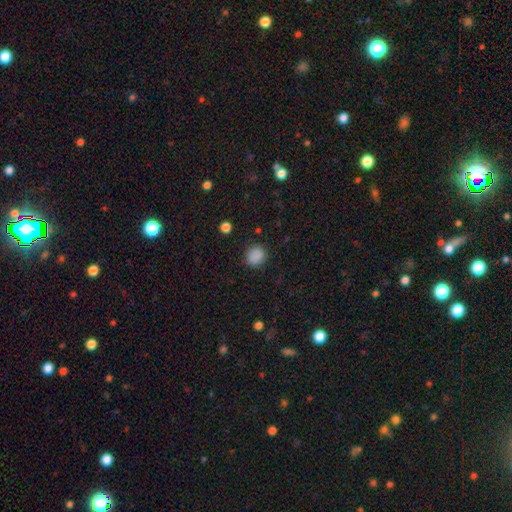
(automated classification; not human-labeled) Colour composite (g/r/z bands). It shows a smooth galaxy with no disk features (86%) that is round (83%). Merging: none (85%).